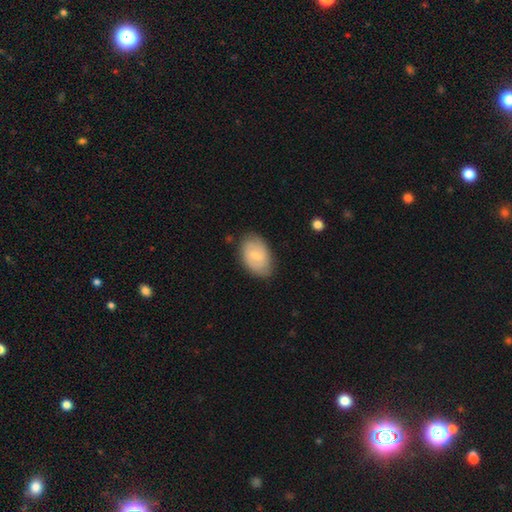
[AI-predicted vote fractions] A smooth galaxy with no disk features (56%) that is in between round and cigar-shaped (89%). Merging: none (78%).